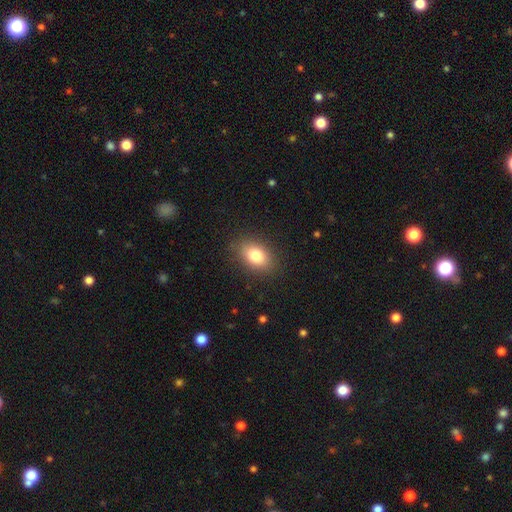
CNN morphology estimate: Smooth or featured? Predicted: smooth (p=0.81). How rounded? Predicted: in between (p=0.82). Merging? Predicted: none (p=0.86).